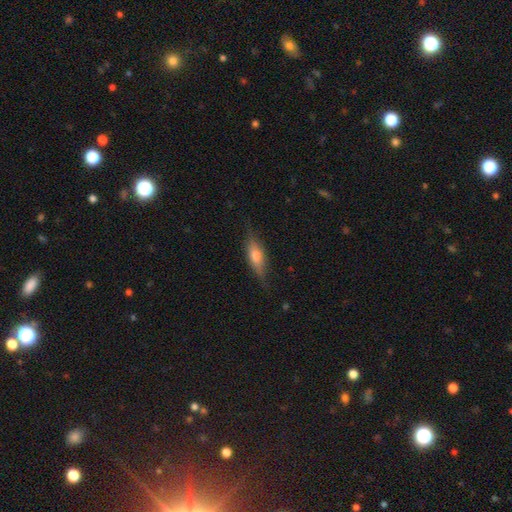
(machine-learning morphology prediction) smooth-or-featured: smooth: 61% | featured or disk: 33% | star or artifact: 7%
  how-rounded: in between: 58% | cigar-shaped: 38% | round: 3%
  merging: none: 75% | minor disturbance: 20% | major disturbance: 4% | merger: 1%